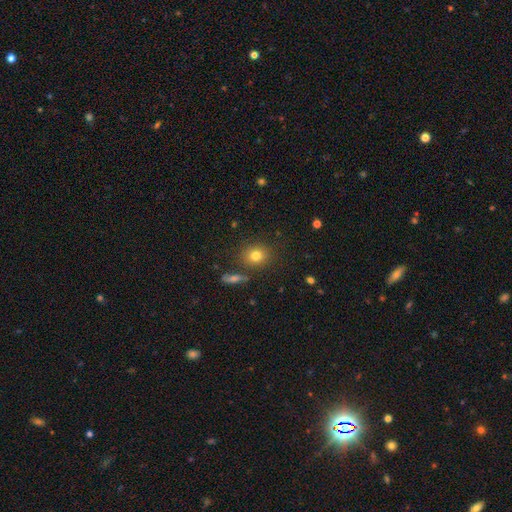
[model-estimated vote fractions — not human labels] Smooth or featured? smooth (79%)
How rounded? round (71%)
Merging? none (82%)